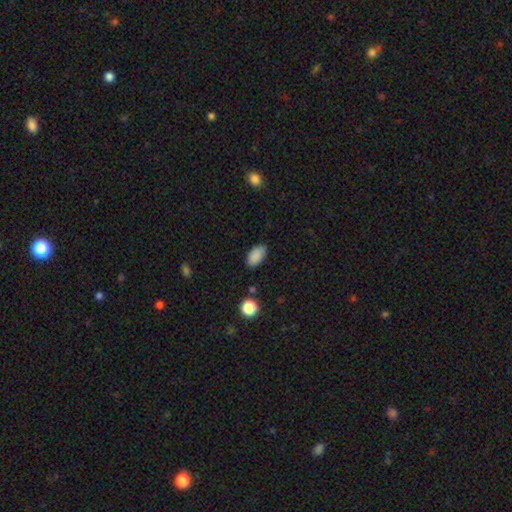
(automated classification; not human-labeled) Q: Smooth or featured?
A: smooth (87%); runner-up: star or artifact (9%)
Q: How rounded?
A: in between (93%); runner-up: round (5%)
Q: Merging?
A: none (81%); runner-up: minor disturbance (14%)